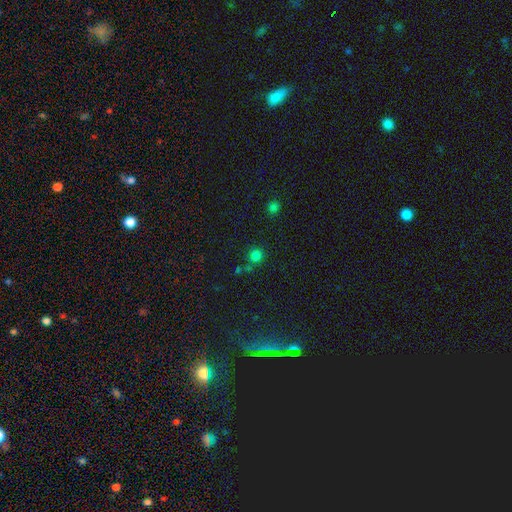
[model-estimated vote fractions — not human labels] This is likely a smooth galaxy (76%). How rounded: clearly round (92%). Merging: likely none (74%).